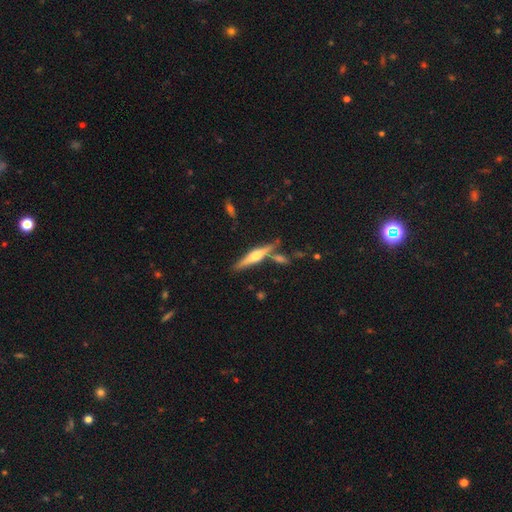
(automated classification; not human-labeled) A featured or disk galaxy (68%) viewed edge-on (97%) with a rounded central bulge (89%).

Vote fractions:
- Smooth or featured? featured or disk: 68% / smooth: 26% / star or artifact: 6%
- Edge-on disk? yes: 97% / no: 3%
- Edge-on bulge? rounded: 89% / boxy: 7% / none: 4%
- Merging? none: 75% / merger: 12% / minor disturbance: 11% / major disturbance: 3%